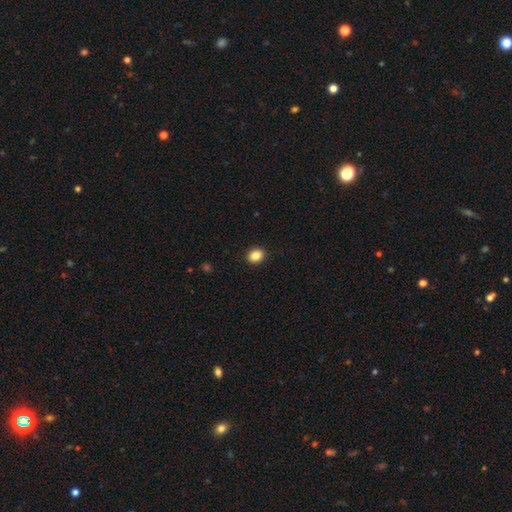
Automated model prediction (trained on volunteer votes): This is clearly a smooth galaxy (86%). How rounded: likely round (65%). Merging: clearly none (91%).